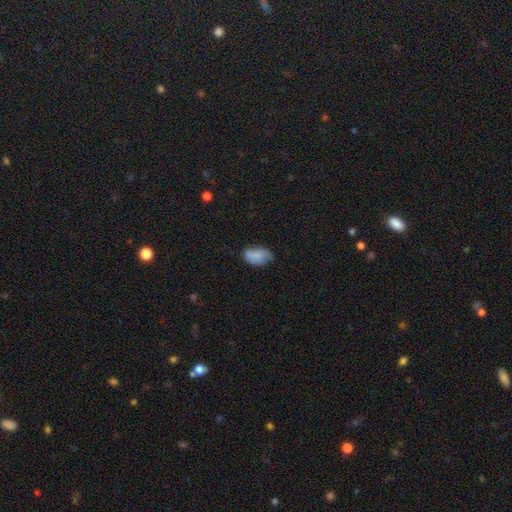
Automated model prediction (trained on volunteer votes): Smooth or featured?
  - smooth: 78% *
  - featured or disk: 13%
  - star or artifact: 8%
How rounded?
  - in between: 90% *
  - round: 8%
  - cigar-shaped: 2%
Merging?
  - none: 58% *
  - minor disturbance: 32%
  - major disturbance: 8%
  - merger: 3%